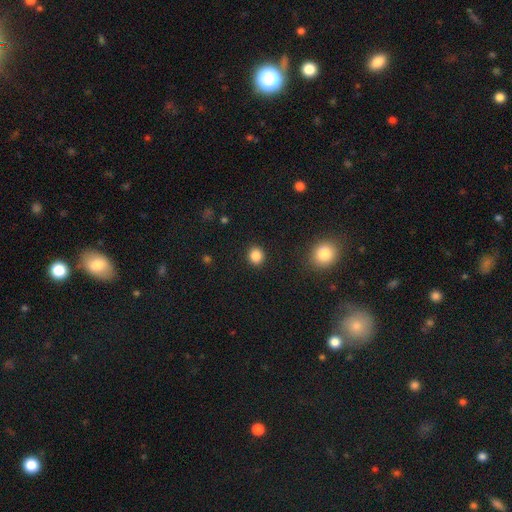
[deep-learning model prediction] Smooth or featured? smooth (86%)
How rounded? round (83%)
Merging? none (91%)